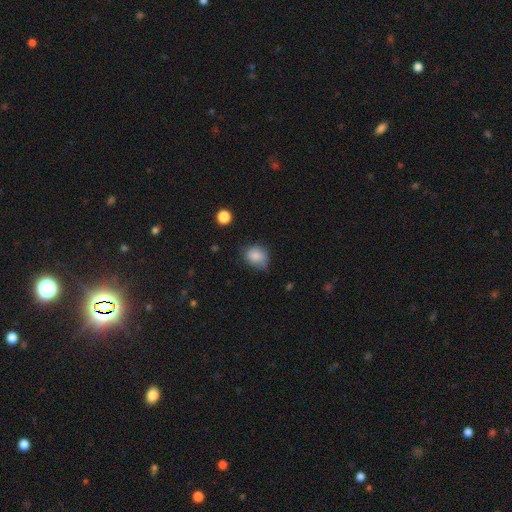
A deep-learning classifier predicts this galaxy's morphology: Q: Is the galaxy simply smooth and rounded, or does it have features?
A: smooth — 82%.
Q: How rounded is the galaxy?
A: round — 58%.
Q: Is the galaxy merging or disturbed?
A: none — 51%.